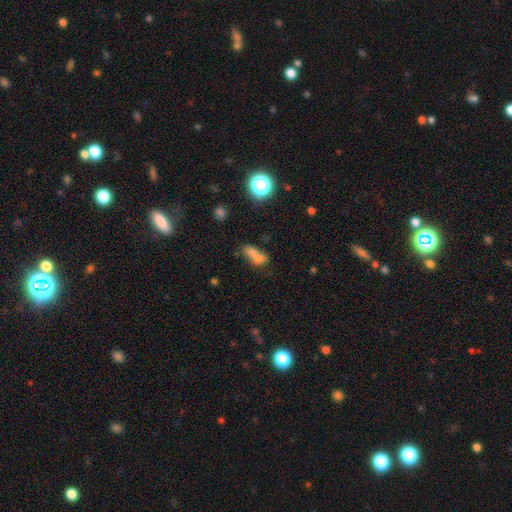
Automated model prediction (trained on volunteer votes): This appears to be a smooth galaxy with no disk features (67%) that is in between round and cigar-shaped (58%). Merging: merger (65%).